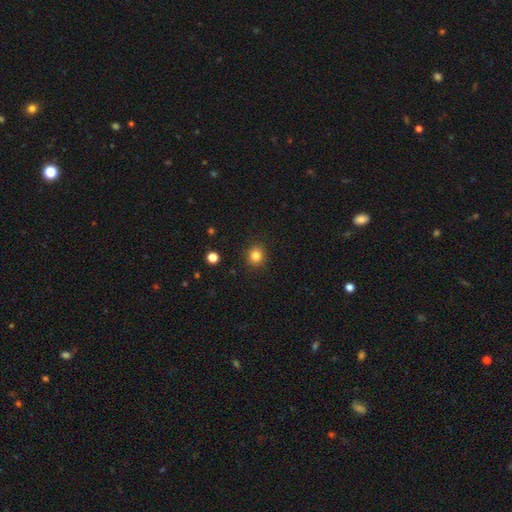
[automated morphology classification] smooth-or-featured: smooth: 83% | star or artifact: 12% | featured or disk: 5%
  how-rounded: round: 85% | in between: 14% | cigar-shaped: 1%
  merging: none: 91% | minor disturbance: 6% | major disturbance: 2% | merger: 1%